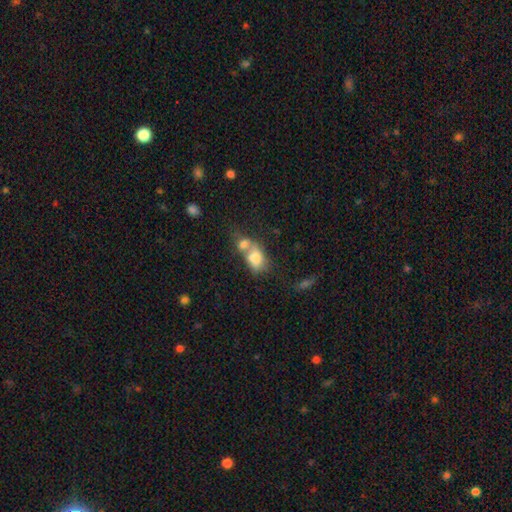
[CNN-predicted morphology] Smooth or featured?
  - smooth: 70% *
  - featured or disk: 17%
  - star or artifact: 13%
How rounded?
  - in between: 59% *
  - round: 39%
  - cigar-shaped: 3%
Merging?
  - merger: 62% *
  - none: 24%
  - minor disturbance: 9%
  - major disturbance: 6%